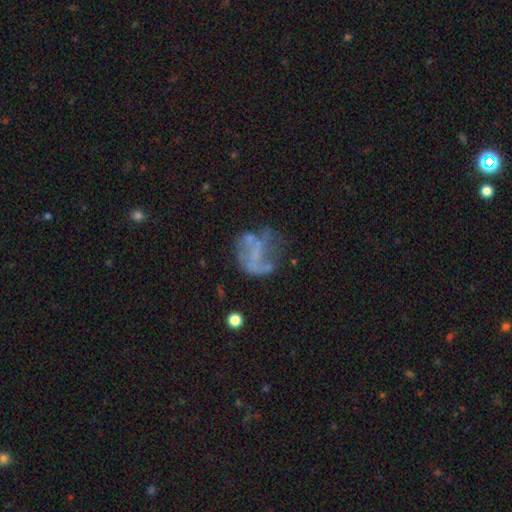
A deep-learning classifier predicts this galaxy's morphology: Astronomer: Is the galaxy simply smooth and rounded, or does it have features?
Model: featured or disk — 53% (runner-up: smooth, 30%).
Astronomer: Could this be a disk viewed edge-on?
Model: no — 97%.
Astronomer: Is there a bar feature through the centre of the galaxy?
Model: no — 71%.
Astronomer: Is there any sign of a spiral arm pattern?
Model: no — 75%.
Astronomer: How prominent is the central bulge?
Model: none — 78%.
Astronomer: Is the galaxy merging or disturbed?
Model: major disturbance — 38% (runner-up: none, 33%).